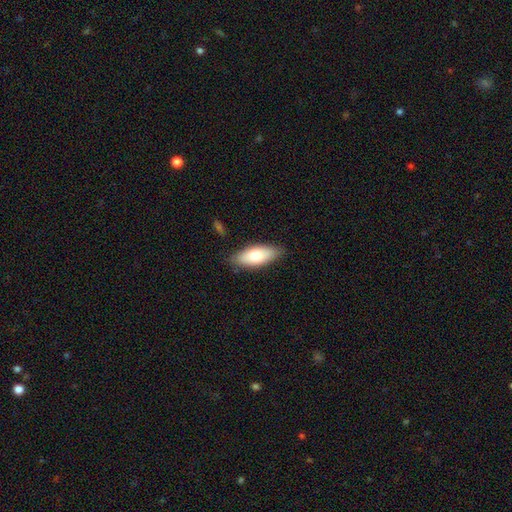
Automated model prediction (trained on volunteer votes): Morphology: type=smooth (72%); roundness=in between (81%); merging=none (84%).